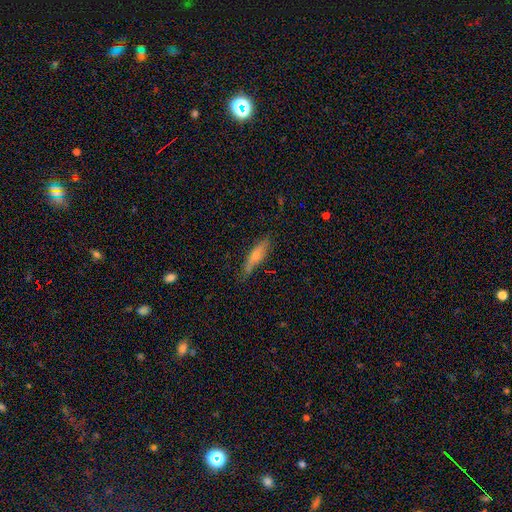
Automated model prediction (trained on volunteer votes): smooth-or-featured: smooth: 59% | featured or disk: 34% | star or artifact: 7%
  how-rounded: cigar-shaped: 74% | in between: 24% | round: 2%
  merging: none: 75% | minor disturbance: 19% | major disturbance: 4% | merger: 2%